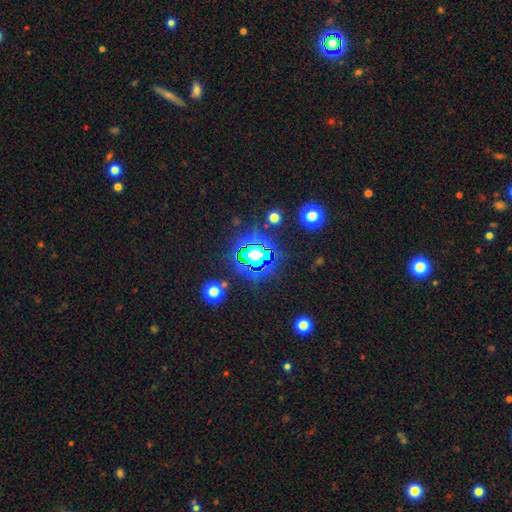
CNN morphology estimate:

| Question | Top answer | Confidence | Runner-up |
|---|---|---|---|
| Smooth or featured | star or artifact | 64% | smooth (23%) |